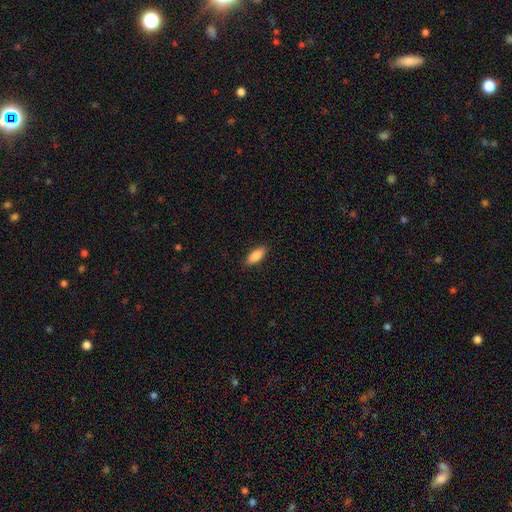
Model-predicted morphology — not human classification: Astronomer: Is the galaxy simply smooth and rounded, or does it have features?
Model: smooth — 87%.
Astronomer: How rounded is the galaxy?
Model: in between — 78%.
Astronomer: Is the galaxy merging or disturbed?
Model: none — 88%.